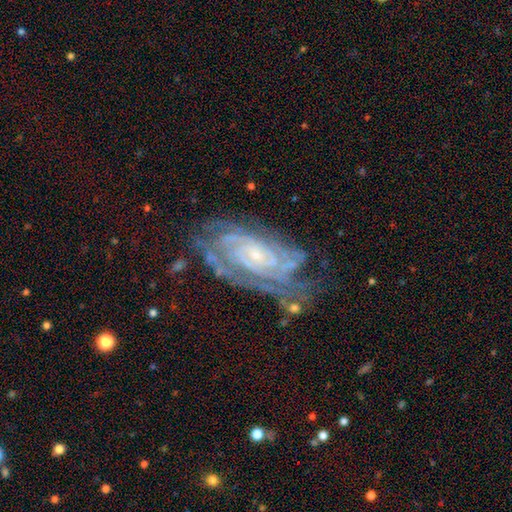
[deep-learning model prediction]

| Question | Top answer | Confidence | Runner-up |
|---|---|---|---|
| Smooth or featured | featured or disk | 87% | star or artifact (7%) |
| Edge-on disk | no | 95% | yes (5%) |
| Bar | no | 67% | weak (25%) |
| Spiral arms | yes | 97% | no (3%) |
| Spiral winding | tight | 76% | medium (20%) |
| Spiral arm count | can't tell | 31% | 2 (22%) |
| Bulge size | small | 76% | moderate (17%) |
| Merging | none | 60% | minor disturbance (24%) |